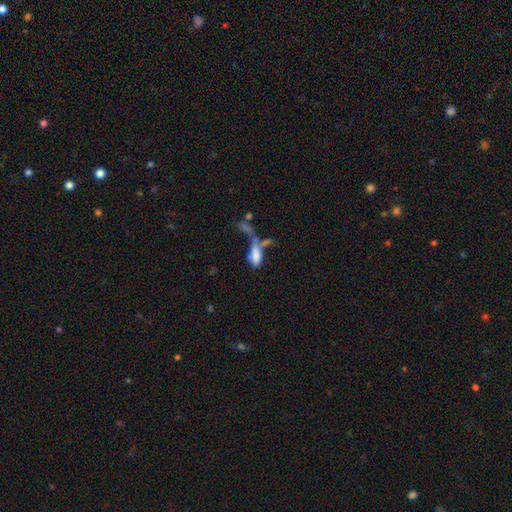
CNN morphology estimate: smooth-or-featured: smooth: 64% | featured or disk: 25% | star or artifact: 11%
  how-rounded: in between: 71% | cigar-shaped: 25% | round: 4%
  merging: merger: 45% | major disturbance: 27% | none: 16% | minor disturbance: 11%